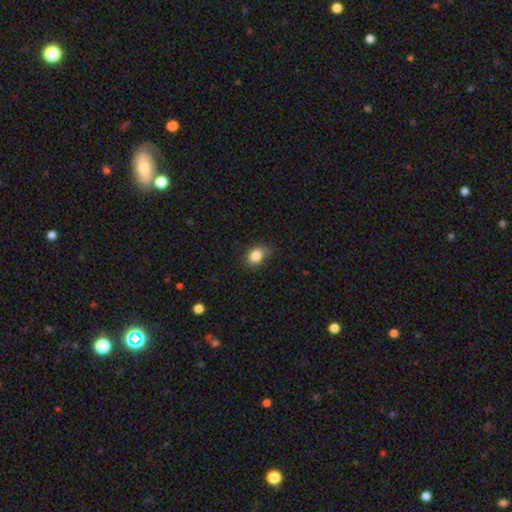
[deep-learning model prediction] This is clearly a smooth galaxy (85%). How rounded: likely in between (65%). Merging: likely none (74%).